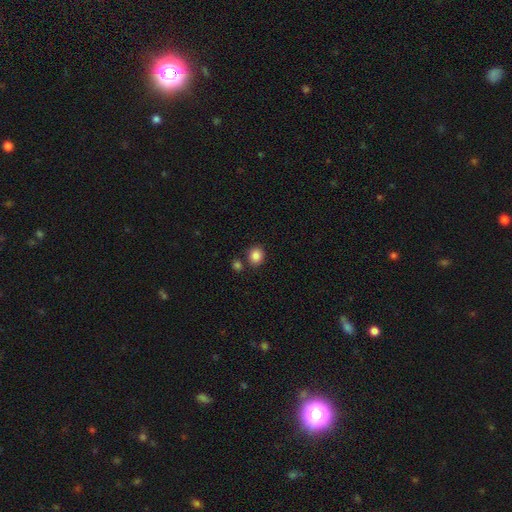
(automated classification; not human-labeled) smooth 86%, star or artifact 10%, featured or disk 5%. Down the decision tree: how rounded — round (73%); merging — none (77%).